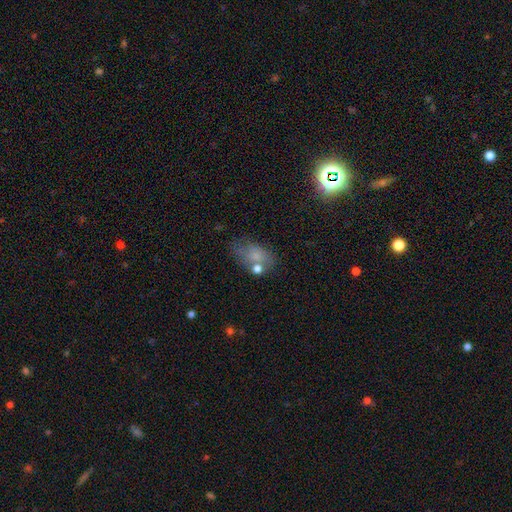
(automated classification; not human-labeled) Smooth or featured?
  - smooth: 70% *
  - featured or disk: 17%
  - star or artifact: 13%
How rounded?
  - in between: 85% *
  - round: 13%
  - cigar-shaped: 2%
Merging?
  - none: 50% *
  - minor disturbance: 24%
  - merger: 15%
  - major disturbance: 11%